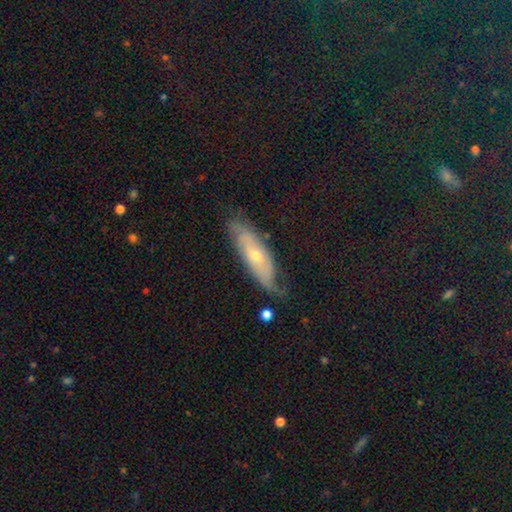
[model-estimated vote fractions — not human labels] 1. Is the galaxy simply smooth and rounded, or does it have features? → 66% featured or disk, 27% smooth, 7% star or artifact.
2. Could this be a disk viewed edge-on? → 74% no, 26% yes.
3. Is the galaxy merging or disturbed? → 60% none, 27% minor disturbance, 11% major disturbance, 2% merger.